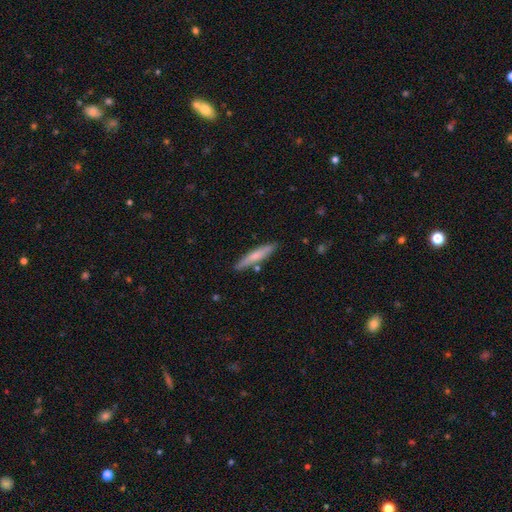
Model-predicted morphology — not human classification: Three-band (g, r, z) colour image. It shows a smooth galaxy with no disk features (65%) that is cigar-shaped (91%). Merging: none (83%).